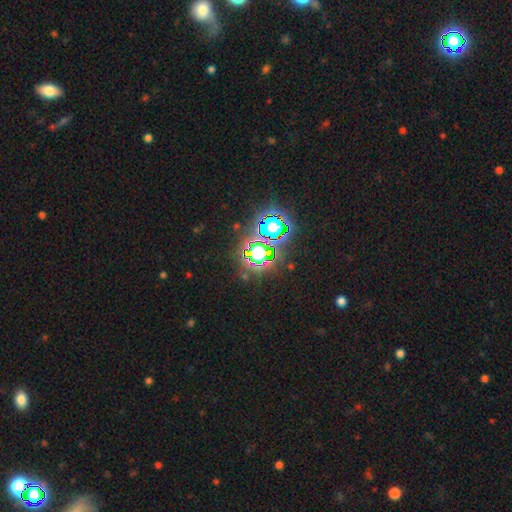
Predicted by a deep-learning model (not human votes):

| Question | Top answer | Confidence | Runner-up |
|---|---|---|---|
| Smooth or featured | star or artifact | 71% | smooth (19%) |